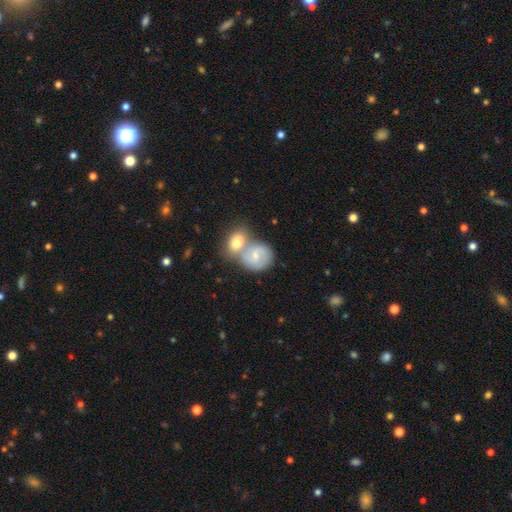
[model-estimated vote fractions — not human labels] Smooth or featured: featured or disk — 50% (smooth — 43%)
Edge-on disk: no — 97% (yes — 3%)
Merging: merger — 58% (none — 28%)